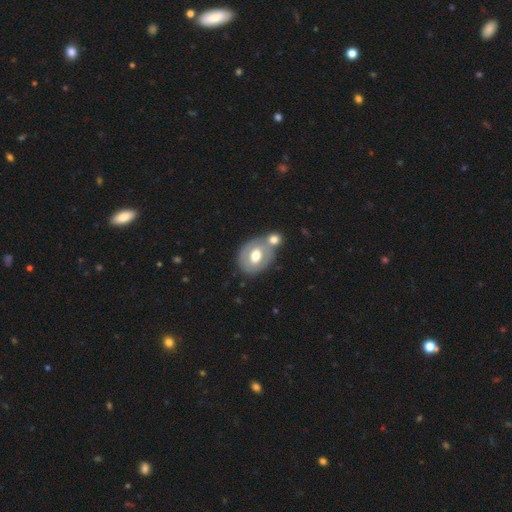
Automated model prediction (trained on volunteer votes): Morphology: type=smooth (48%); merging=none (43%).